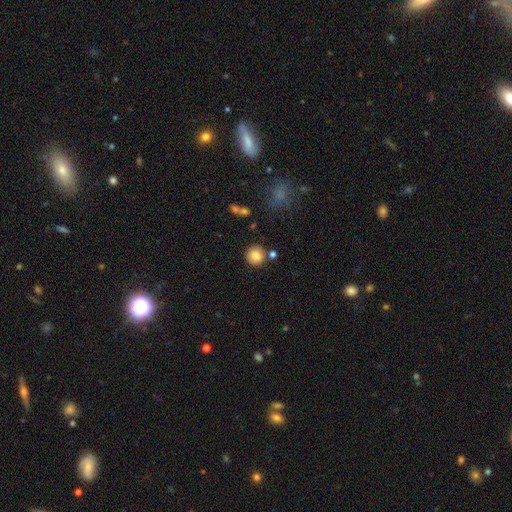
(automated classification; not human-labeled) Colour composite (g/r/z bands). It shows a smooth galaxy with no disk features (84%) that is round (91%). Merging: none (81%).